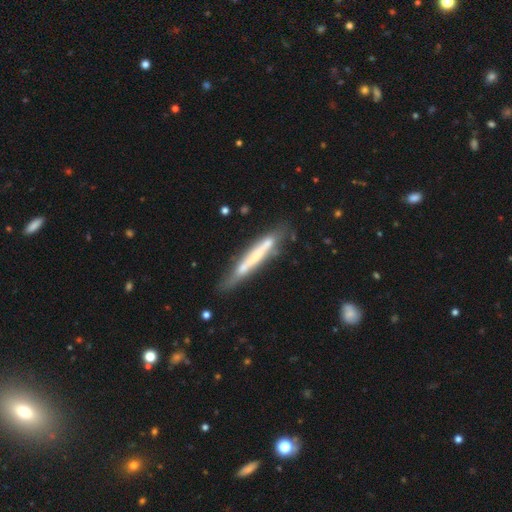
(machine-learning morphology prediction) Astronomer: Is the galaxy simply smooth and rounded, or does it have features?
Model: featured or disk — 52% (runner-up: smooth, 41%).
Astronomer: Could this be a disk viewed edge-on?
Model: yes — 85%.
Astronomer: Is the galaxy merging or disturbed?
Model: none — 66%.